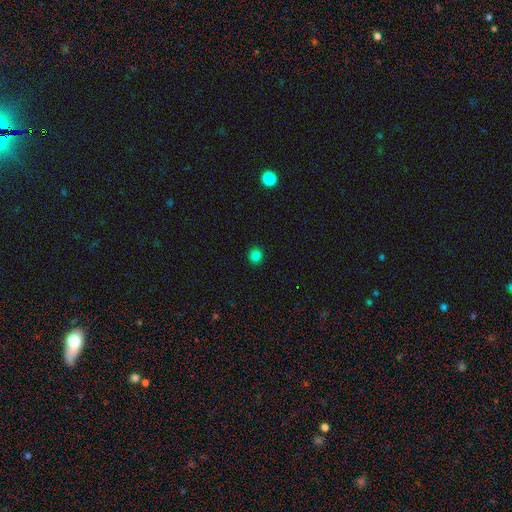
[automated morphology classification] smooth-or-featured: smooth: 82% | star or artifact: 14% | featured or disk: 4%
  how-rounded: round: 88% | in between: 11% | cigar-shaped: 1%
  merging: none: 92% | minor disturbance: 5% | major disturbance: 2% | merger: 1%